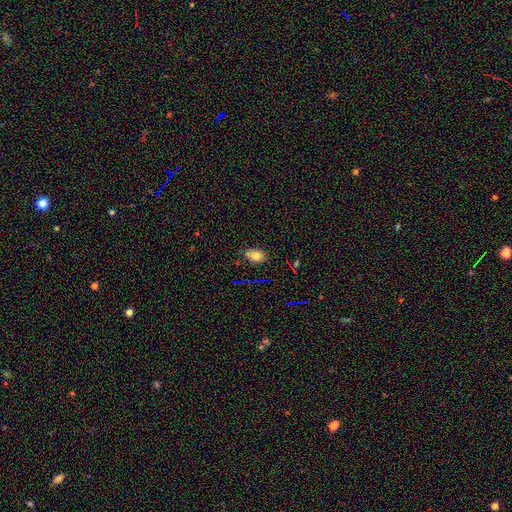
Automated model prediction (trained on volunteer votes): Smooth or featured: smooth — 76% (star or artifact — 15%)
How rounded: in between — 75% (round — 23%)
Merging: none — 73% (minor disturbance — 18%)